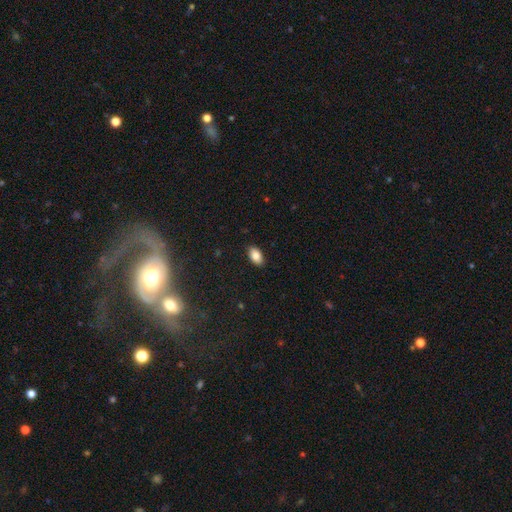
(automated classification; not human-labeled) Smooth or featured? Predicted: smooth (p=0.85). How rounded? Predicted: in between (p=0.93). Merging? Predicted: none (p=0.88).